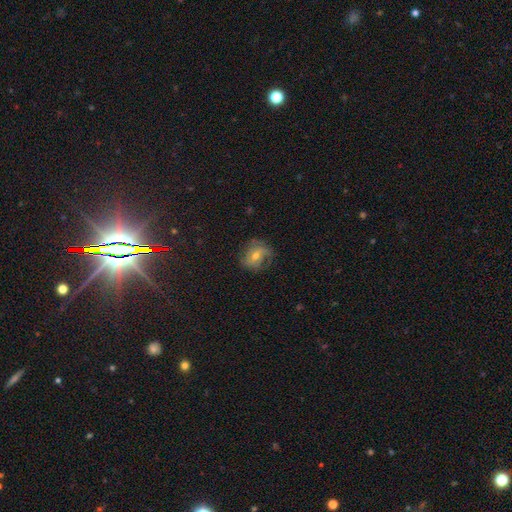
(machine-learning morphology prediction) featured or disk 58%, smooth 26%, star or artifact 16%. Down the decision tree: edge-on disk — no (96%); bar — no (50%); spiral arms — yes (81%); bulge size — moderate (60%); merging — none (69%).